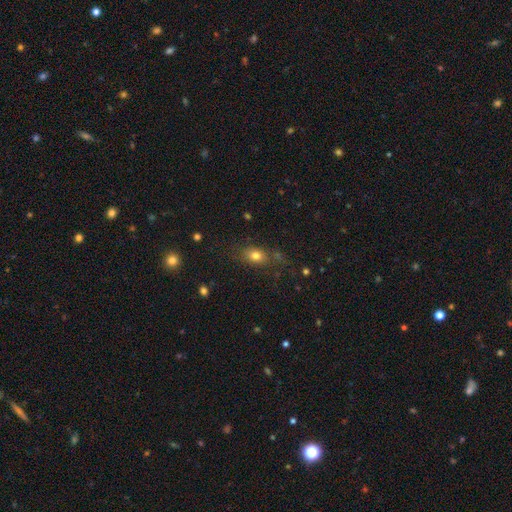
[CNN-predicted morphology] This appears to be a smooth galaxy with no disk features (76%) that is in between round and cigar-shaped (71%). Merging: none (68%).